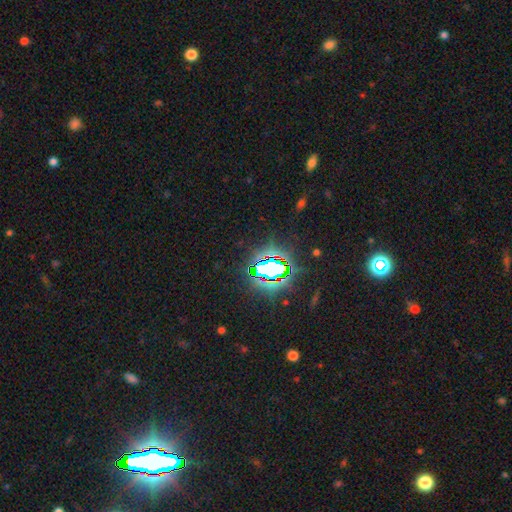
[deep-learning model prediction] Smooth or featured? Predicted: star or artifact (p=0.81).